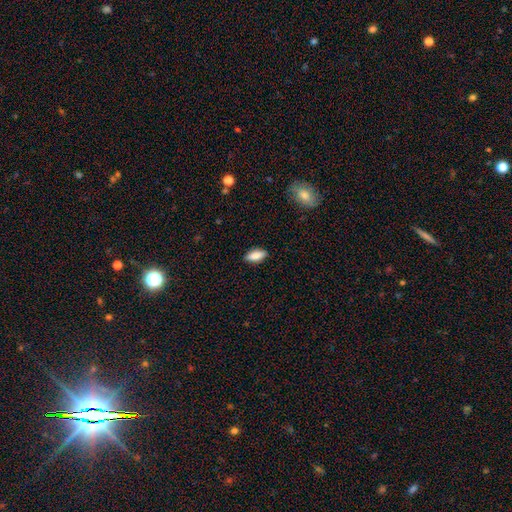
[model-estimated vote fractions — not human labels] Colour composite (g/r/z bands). It shows a smooth galaxy with no disk features (84%) that is in between round and cigar-shaped (80%). Merging: none (88%).